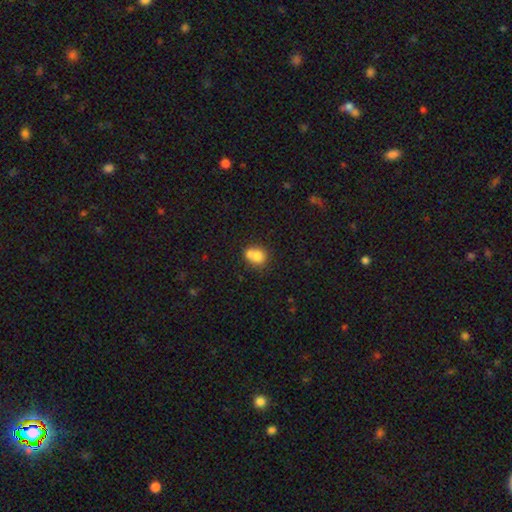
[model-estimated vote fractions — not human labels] Q: Smooth or featured?
A: smooth (73%); runner-up: featured or disk (17%)
Q: How rounded?
A: round (70%); runner-up: in between (29%)
Q: Merging?
A: merger (58%); runner-up: none (30%)